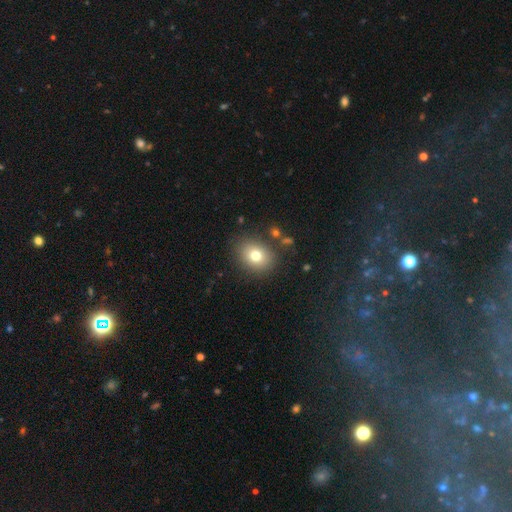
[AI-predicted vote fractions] Smooth or featured: smooth — 76% (featured or disk — 13%)
How rounded: round — 57% (in between — 42%)
Merging: none — 84% (minor disturbance — 10%)